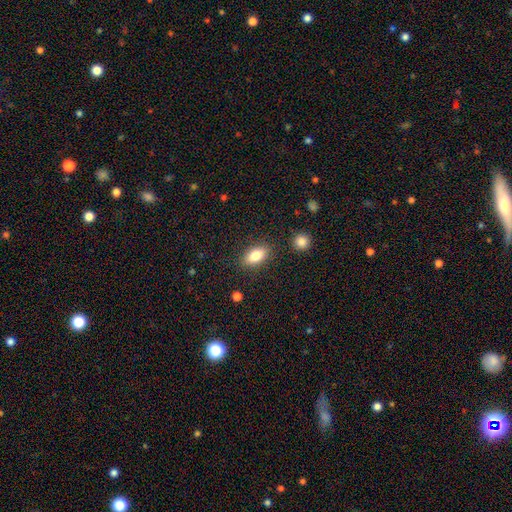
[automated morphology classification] Overall: smooth (81%). How rounded: in between (87%). Merging: none (85%).